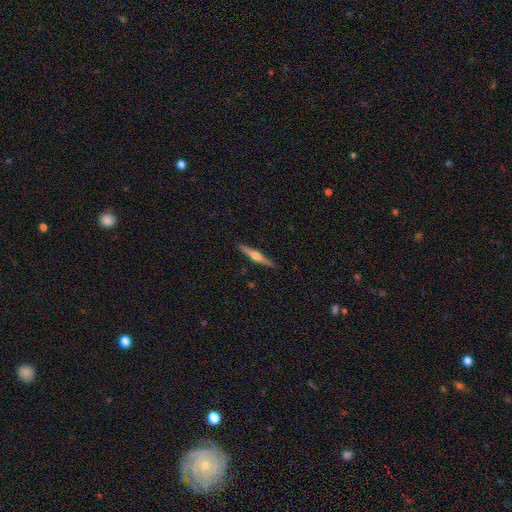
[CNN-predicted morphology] Smooth or featured? featured or disk (74%)
Edge-on disk? yes (98%)
Edge-on bulge? rounded (93%)
Merging? none (91%)